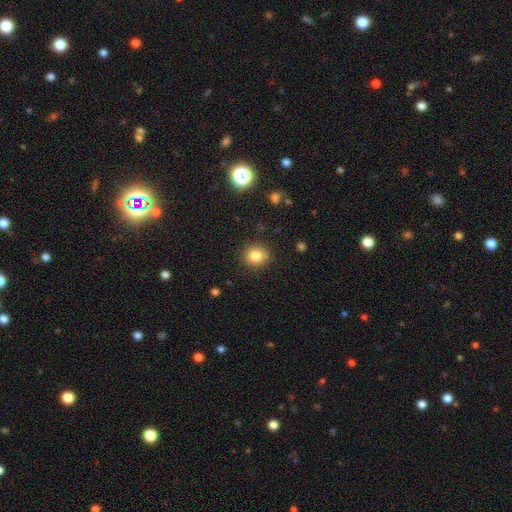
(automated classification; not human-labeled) Smooth or featured? Predicted: smooth (p=0.83). How rounded? Predicted: round (p=0.82). Merging? Predicted: none (p=0.87).